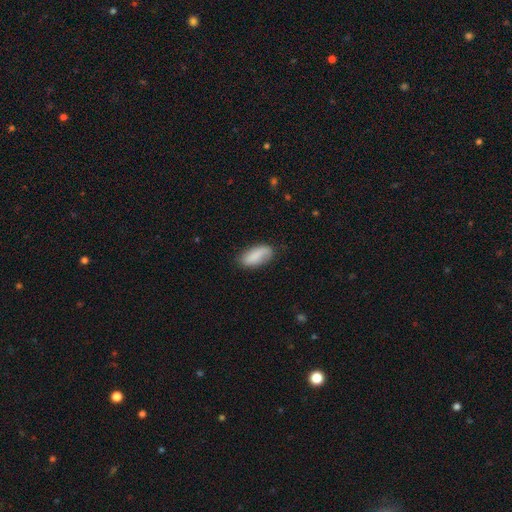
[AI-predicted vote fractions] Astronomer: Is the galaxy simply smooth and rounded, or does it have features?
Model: smooth — 80%.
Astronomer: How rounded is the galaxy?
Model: in between — 87%.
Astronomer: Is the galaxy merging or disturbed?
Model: none — 71%.